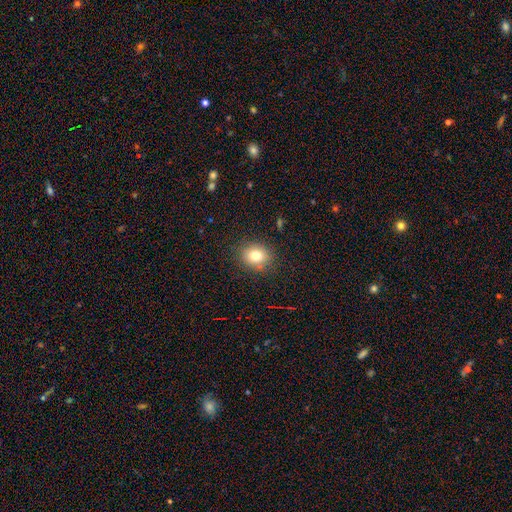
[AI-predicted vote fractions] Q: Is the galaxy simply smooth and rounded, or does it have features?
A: smooth — 78%.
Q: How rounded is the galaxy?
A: round — 66%.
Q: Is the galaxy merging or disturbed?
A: none — 85%.